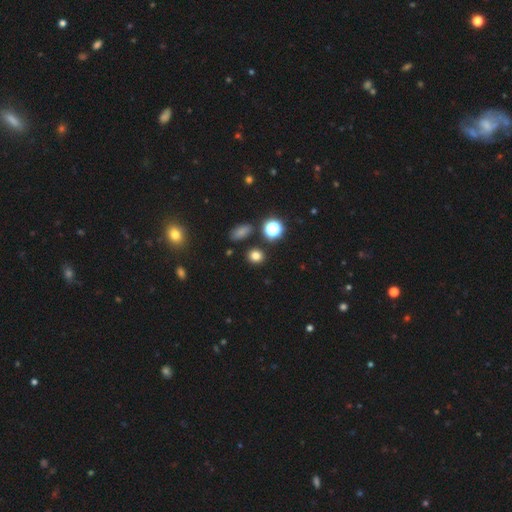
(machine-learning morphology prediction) Smooth or featured? Predicted: smooth (p=0.77). How rounded? Predicted: round (p=0.75). Merging? Predicted: none (p=0.86).